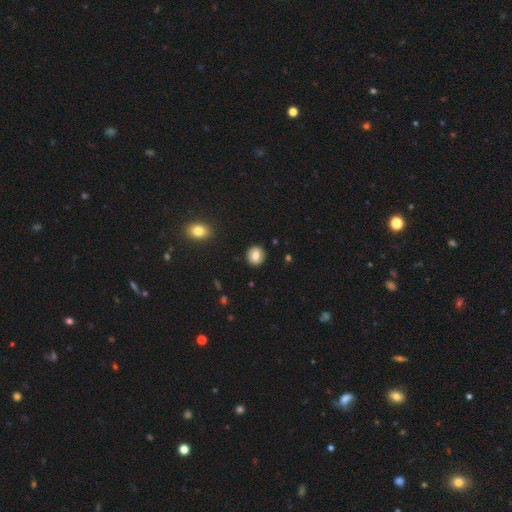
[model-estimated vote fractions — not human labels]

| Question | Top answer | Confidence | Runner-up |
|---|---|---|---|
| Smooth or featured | smooth | 78% | featured or disk (13%) |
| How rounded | round | 87% | in between (12%) |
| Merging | none | 90% | minor disturbance (7%) |